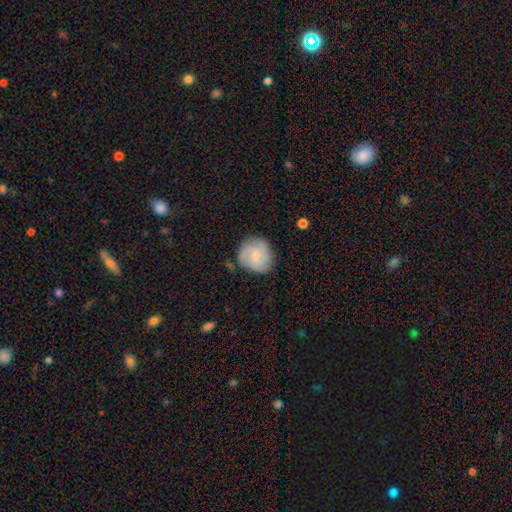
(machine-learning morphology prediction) smooth-or-featured: featured or disk: 56% | smooth: 37% | star or artifact: 7%
  disk-edge-on: no: 98% | yes: 2%
    bar: no: 65% | weak: 31% | strong: 4%
    has-spiral-arms: yes: 91% | no: 9%
      spiral-winding: tight: 50% | medium: 39% | loose: 11%
      spiral-arm-count: 3: 37% | can't tell: 25% | 2: 21% | 4: 8% | 1: 5% | more than 4: 4%
    bulge-size: small: 62% | moderate: 25% | none: 10% | large: 2% | dominant: 1%
  merging: none: 72% | minor disturbance: 20% | major disturbance: 6% | merger: 2%